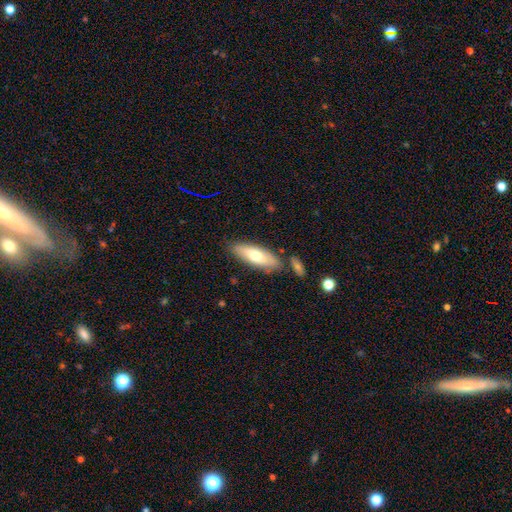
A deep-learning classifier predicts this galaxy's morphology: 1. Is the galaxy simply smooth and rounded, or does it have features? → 68% smooth, 26% featured or disk, 6% star or artifact.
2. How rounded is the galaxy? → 57% in between, 41% cigar-shaped, 2% round.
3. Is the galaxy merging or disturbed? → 77% none, 13% minor disturbance, 7% merger, 3% major disturbance.